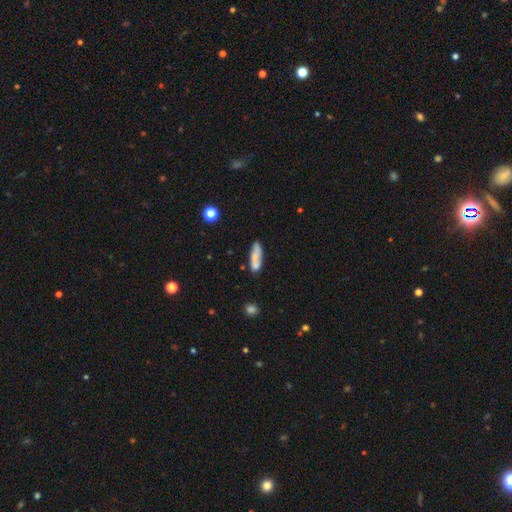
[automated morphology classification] Smooth or featured?
  - smooth: 75% *
  - featured or disk: 18%
  - star or artifact: 7%
How rounded?
  - cigar-shaped: 58% *
  - in between: 40%
  - round: 2%
Merging?
  - none: 67% *
  - minor disturbance: 19%
  - merger: 9%
  - major disturbance: 5%